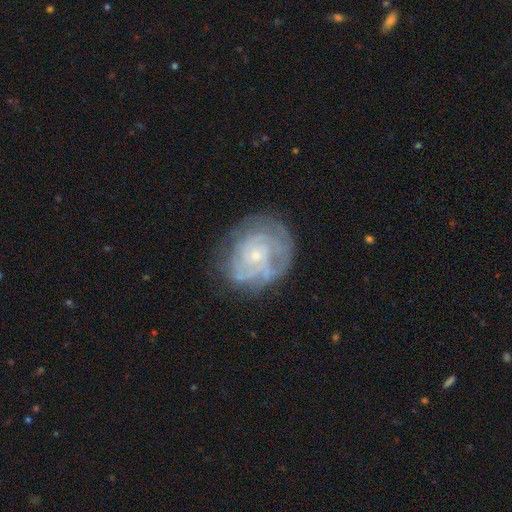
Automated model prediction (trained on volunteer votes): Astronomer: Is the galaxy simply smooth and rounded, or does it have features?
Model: featured or disk — 77%.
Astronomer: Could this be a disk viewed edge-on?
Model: no — 97%.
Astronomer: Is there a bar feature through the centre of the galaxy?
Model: no — 77%.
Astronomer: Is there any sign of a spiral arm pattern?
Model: yes — 87%.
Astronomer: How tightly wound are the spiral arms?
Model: tight — 68%.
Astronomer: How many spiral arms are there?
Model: can't tell — 46%.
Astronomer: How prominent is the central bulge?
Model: small — 74%.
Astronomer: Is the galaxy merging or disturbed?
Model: none — 69%.